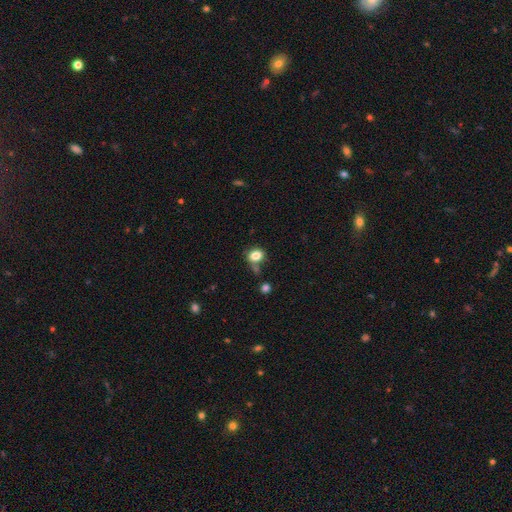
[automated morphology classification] Q: Smooth or featured?
A: smooth (82%); runner-up: star or artifact (11%)
Q: How rounded?
A: round (53%); runner-up: in between (46%)
Q: Merging?
A: none (58%); runner-up: minor disturbance (21%)